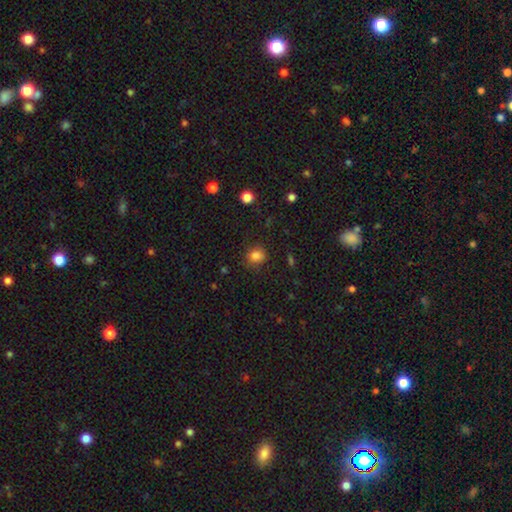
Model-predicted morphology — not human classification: This is clearly a smooth galaxy (82%). How rounded: likely round (68%). Merging: clearly none (82%).